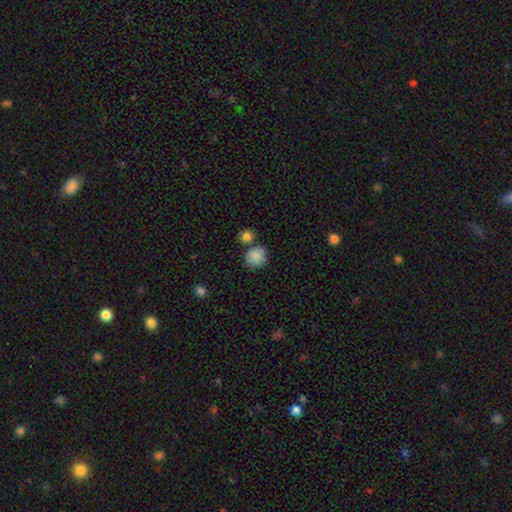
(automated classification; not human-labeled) Overall: smooth (86%). How rounded: round (86%). Merging: none (68%).